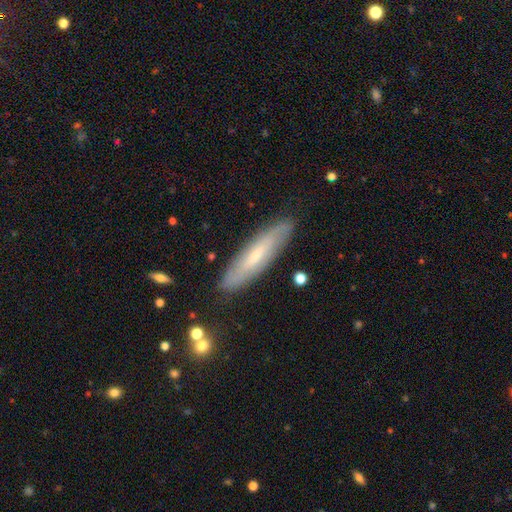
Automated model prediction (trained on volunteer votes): smooth_or_featured: smooth (p=0.47) [alt: featured or disk p=0.46]
merging: none (p=0.86) [alt: minor disturbance p=0.11]